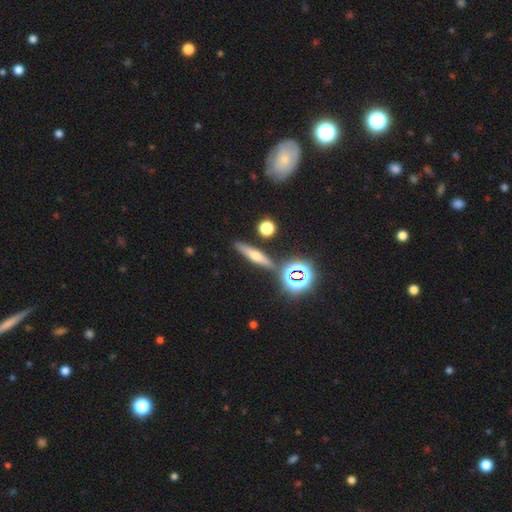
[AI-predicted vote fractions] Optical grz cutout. It shows a featured or disk galaxy (44%). Merging: none (85%).